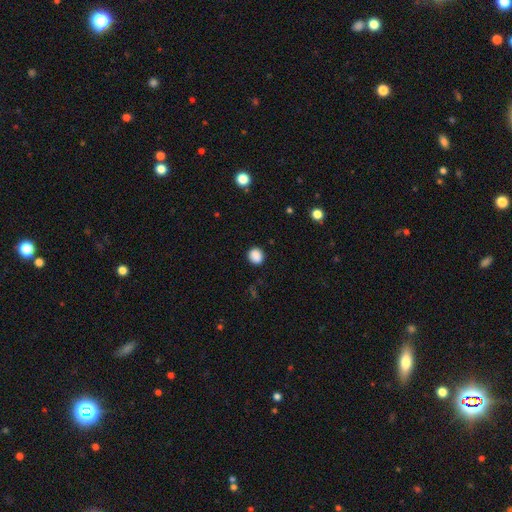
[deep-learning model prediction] smooth 88%, star or artifact 10%, featured or disk 3%. Down the decision tree: how rounded — round (80%); merging — none (89%).